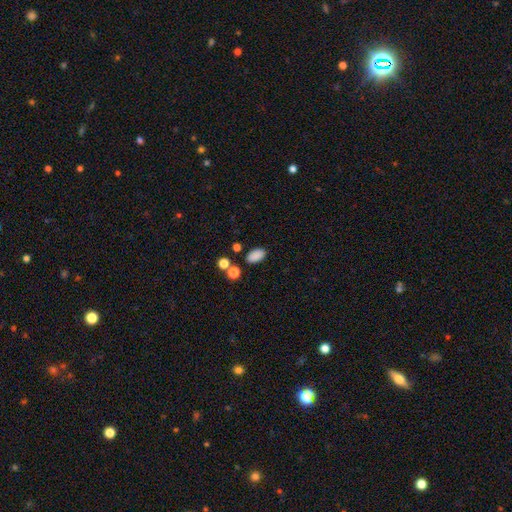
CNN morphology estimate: Smooth or featured? smooth (85%)
How rounded? in between (92%)
Merging? none (81%)